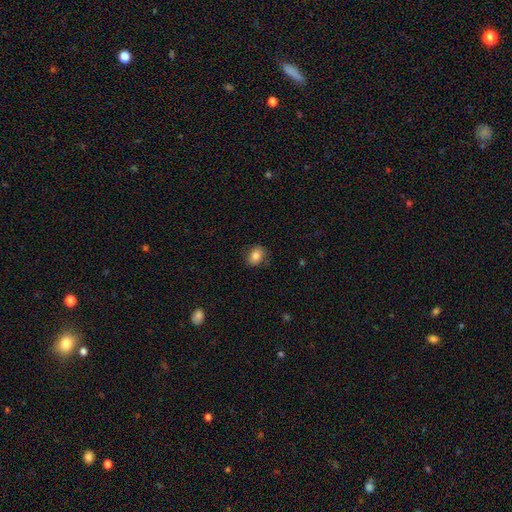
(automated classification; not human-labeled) smooth 83%, star or artifact 9%, featured or disk 8%. Down the decision tree: how rounded — in between (61%); merging — none (82%).